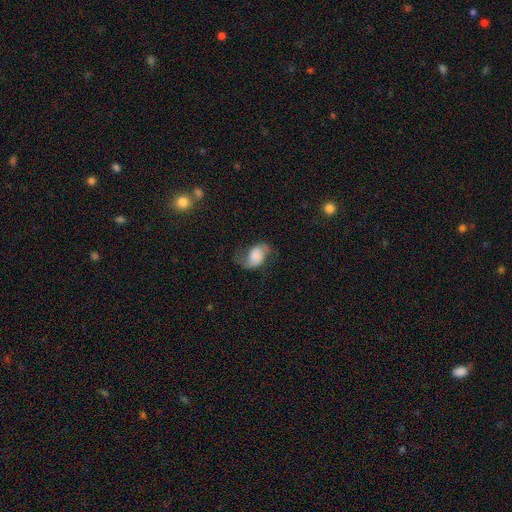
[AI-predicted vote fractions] smooth-or-featured: smooth: 46% | featured or disk: 45% | star or artifact: 9%
  merging: none: 53% | minor disturbance: 25% | major disturbance: 20% | merger: 2%